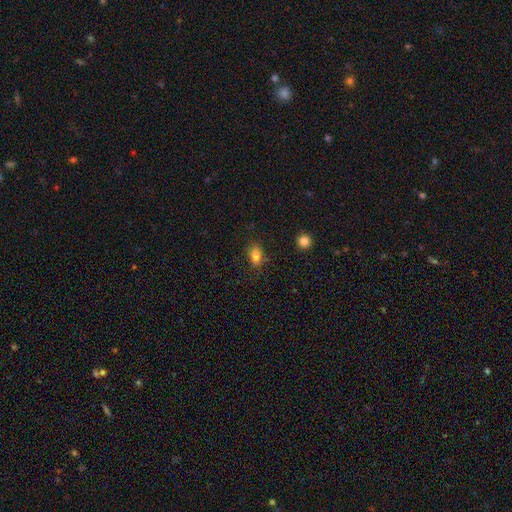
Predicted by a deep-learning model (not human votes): Q: Smooth or featured?
A: smooth (83%); runner-up: star or artifact (10%)
Q: How rounded?
A: in between (80%); runner-up: round (18%)
Q: Merging?
A: none (79%); runner-up: minor disturbance (14%)